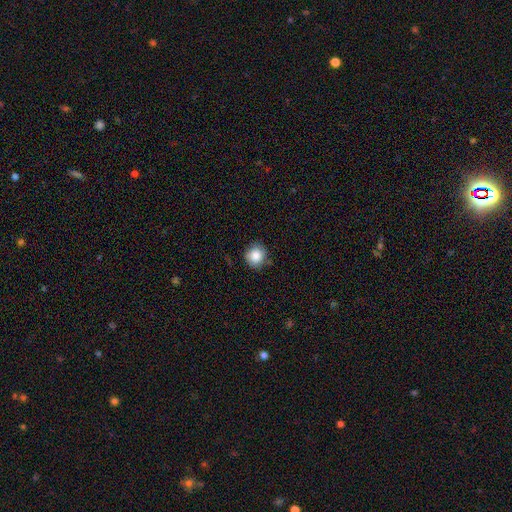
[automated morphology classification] smooth-or-featured: smooth: 85% | star or artifact: 9% | featured or disk: 6%
  how-rounded: round: 86% | in between: 13% | cigar-shaped: 1%
  merging: none: 80% | minor disturbance: 15% | major disturbance: 3% | merger: 2%